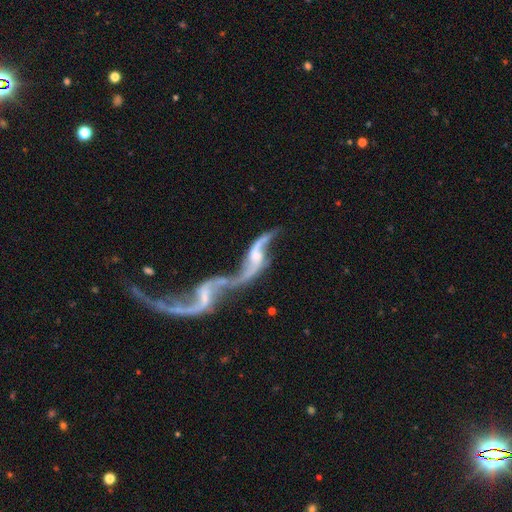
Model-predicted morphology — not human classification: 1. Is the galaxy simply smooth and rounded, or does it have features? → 84% featured or disk, 9% smooth, 6% star or artifact.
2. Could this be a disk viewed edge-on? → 91% no, 9% yes.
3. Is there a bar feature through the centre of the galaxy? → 46% no, 38% weak, 16% strong.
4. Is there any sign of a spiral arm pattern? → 88% yes, 12% no.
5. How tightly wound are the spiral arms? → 91% loose, 6% medium, 2% tight.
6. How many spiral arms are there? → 87% 2, 6% 1, 3% can't tell, 1% 3, 1% 4, 1% more than 4.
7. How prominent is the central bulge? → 32% small, 30% none, 29% moderate, 7% large, 2% dominant.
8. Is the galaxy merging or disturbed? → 75% merger, 11% none, 9% major disturbance, 5% minor disturbance.